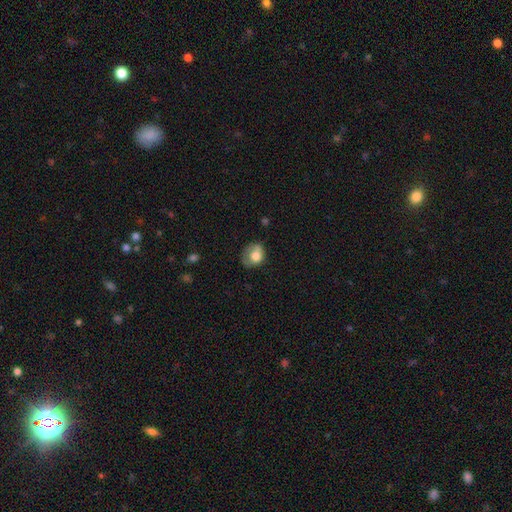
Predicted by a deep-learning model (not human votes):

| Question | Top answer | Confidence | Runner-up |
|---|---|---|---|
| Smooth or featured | smooth | 73% | featured or disk (19%) |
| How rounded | round | 50% | in between (49%) |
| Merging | none | 42% | minor disturbance (35%) |